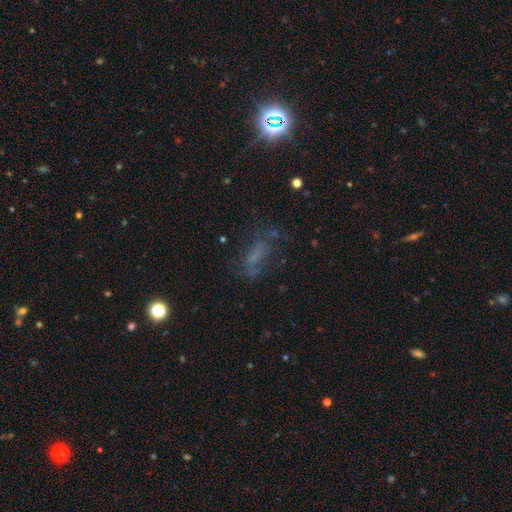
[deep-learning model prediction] Q: Smooth or featured?
A: smooth (39%); runner-up: featured or disk (31%)
Q: Merging?
A: none (50%); runner-up: major disturbance (24%)